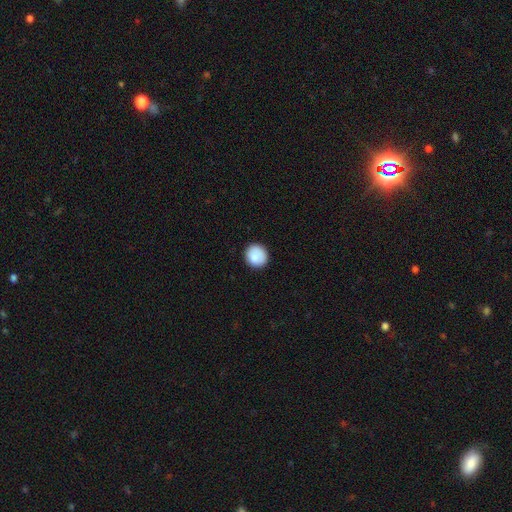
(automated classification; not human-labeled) This is clearly a smooth galaxy (85%). How rounded: clearly round (88%). Merging: clearly none (86%).